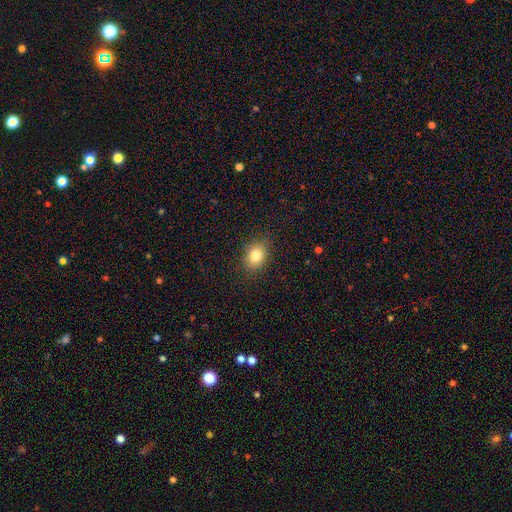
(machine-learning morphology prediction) This is clearly a smooth galaxy (81%). How rounded: possibly in between (54%). Merging: clearly none (86%).